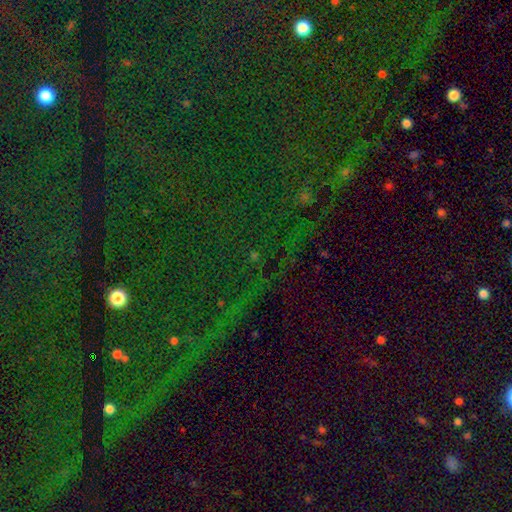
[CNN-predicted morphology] smooth-or-featured: star or artifact: 79% | smooth: 12% | featured or disk: 9%